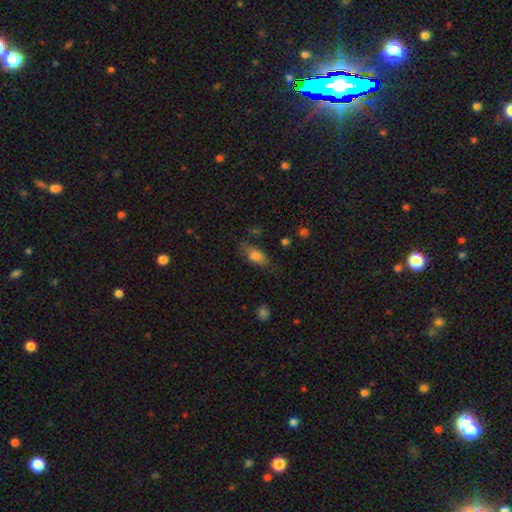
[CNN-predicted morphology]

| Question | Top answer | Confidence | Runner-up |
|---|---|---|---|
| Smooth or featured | smooth | 74% | featured or disk (16%) |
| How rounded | in between | 79% | cigar-shaped (16%) |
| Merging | none | 62% | minor disturbance (24%) |